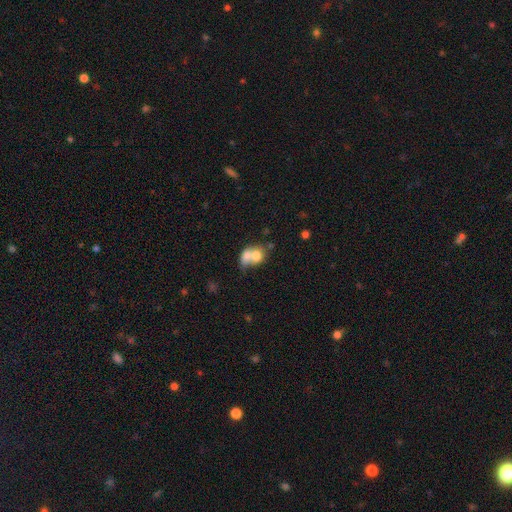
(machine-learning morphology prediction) smooth-or-featured: smooth: 70% | featured or disk: 22% | star or artifact: 9%
  how-rounded: round: 52% | in between: 47% | cigar-shaped: 1%
  merging: merger: 71% | none: 17% | minor disturbance: 6% | major disturbance: 5%